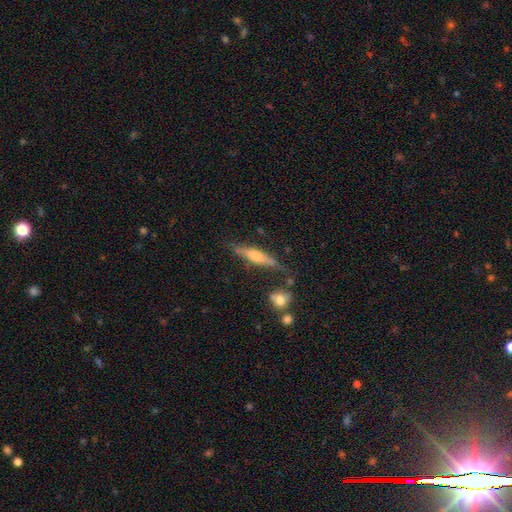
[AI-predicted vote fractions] A featured or disk galaxy (66%) viewed edge-on (94%) with a rounded central bulge (77%).

Vote fractions:
- Smooth or featured? featured or disk: 66% / smooth: 26% / star or artifact: 8%
- Edge-on disk? yes: 94% / no: 6%
- Edge-on bulge? rounded: 77% / boxy: 14% / none: 9%
- Merging? none: 74% / minor disturbance: 16% / merger: 5% / major disturbance: 5%